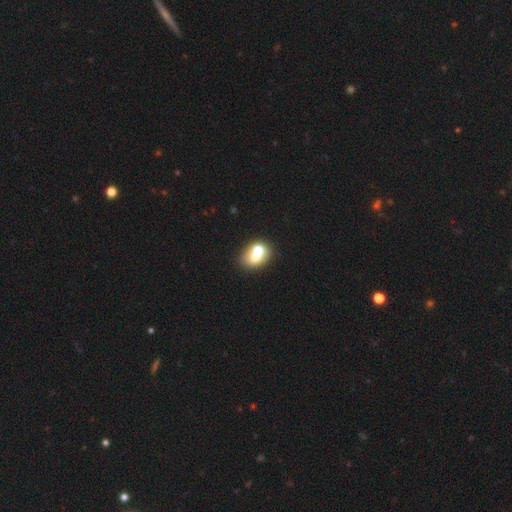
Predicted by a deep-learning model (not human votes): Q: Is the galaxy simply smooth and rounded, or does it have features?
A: smooth — 63%.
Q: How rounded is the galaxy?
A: in between — 57%.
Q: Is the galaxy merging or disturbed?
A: merger — 50%.